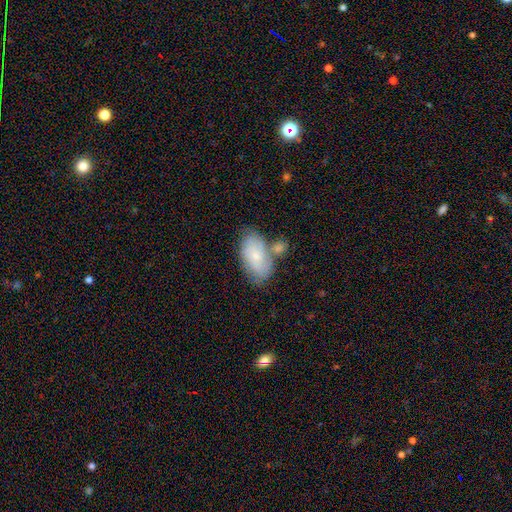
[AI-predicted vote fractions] Smooth or featured: smooth — 58% (featured or disk — 35%)
How rounded: in between — 92% (round — 5%)
Merging: none — 49% (merger — 24%)